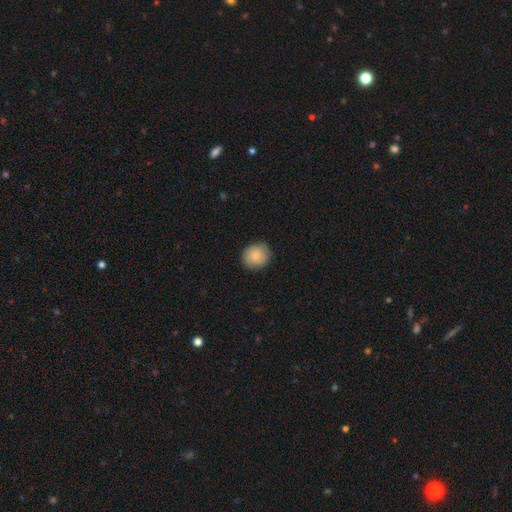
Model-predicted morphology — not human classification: type=smooth (82%); roundness=round (86%); merging=none (86%).